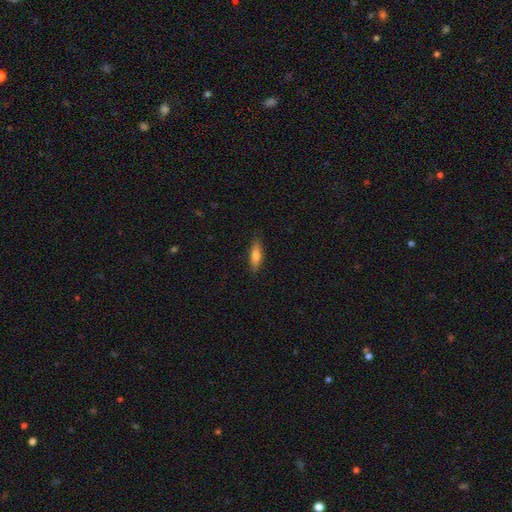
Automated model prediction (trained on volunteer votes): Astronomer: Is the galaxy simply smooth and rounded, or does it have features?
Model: smooth — 72%.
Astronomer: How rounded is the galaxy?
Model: cigar-shaped — 55% (runner-up: in between, 43%).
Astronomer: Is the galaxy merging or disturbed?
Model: none — 85%.